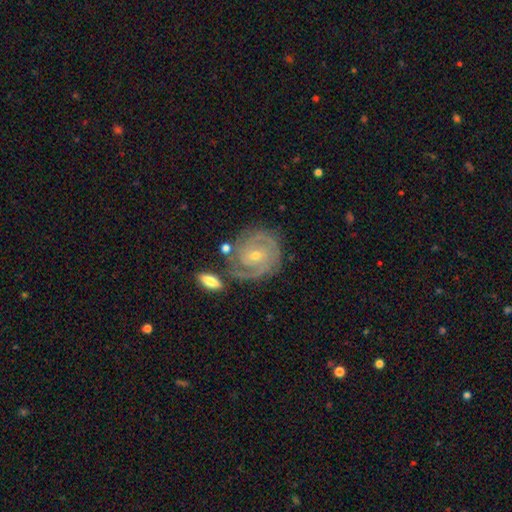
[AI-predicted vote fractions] Smooth or featured?
  - featured or disk: 86% *
  - smooth: 9%
  - star or artifact: 5%
Edge-on disk?
  - no: 97% *
  - yes: 3%
Bar?
  - no: 58% *
  - weak: 33%
  - strong: 8%
Spiral arms?
  - yes: 96% *
  - no: 4%
Spiral winding?
  - tight: 70% *
  - medium: 25%
  - loose: 5%
Spiral arm count?
  - 2: 43% *
  - 3: 24%
  - can't tell: 19%
  - 4: 6%
  - 1: 5%
  - more than 4: 4%
Bulge size?
  - small: 63% *
  - moderate: 34%
  - large: 1%
  - none: 1%
  - dominant: 1%
Merging?
  - none: 71% *
  - minor disturbance: 17%
  - major disturbance: 6%
  - merger: 6%